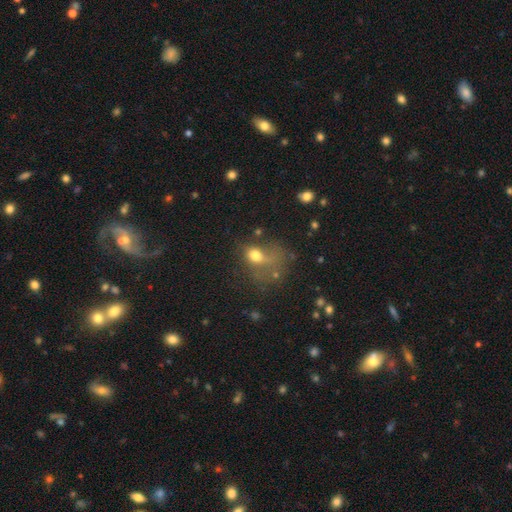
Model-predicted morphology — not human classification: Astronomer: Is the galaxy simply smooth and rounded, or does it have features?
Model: smooth — 65%.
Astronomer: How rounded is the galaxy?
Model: in between — 58% (runner-up: round, 40%).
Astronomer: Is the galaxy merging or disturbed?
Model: major disturbance — 45% (runner-up: none, 25%).